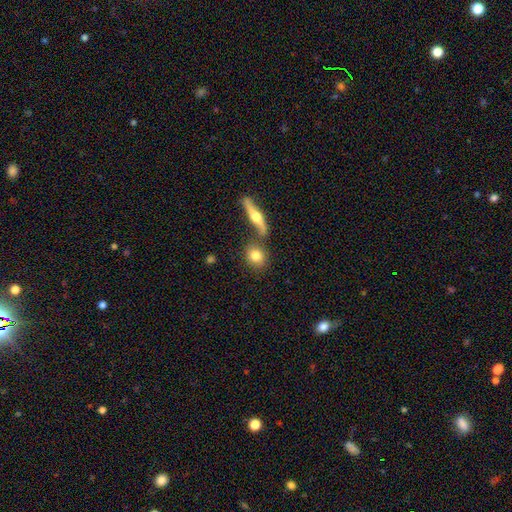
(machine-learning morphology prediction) This appears to be a smooth galaxy with no disk features (75%) that is round (71%). Merging: none (69%).